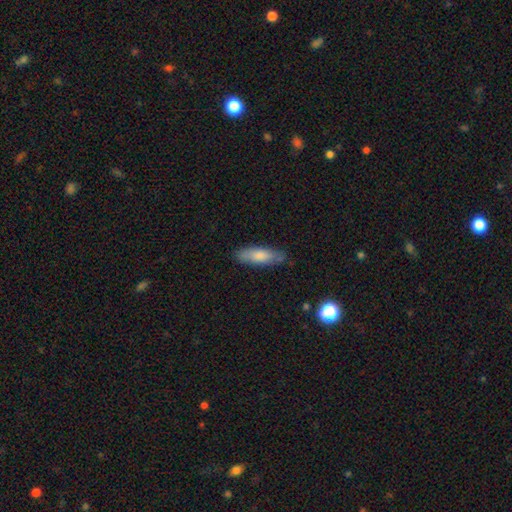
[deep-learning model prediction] Smooth or featured?
  - smooth: 71% *
  - featured or disk: 22%
  - star or artifact: 7%
How rounded?
  - cigar-shaped: 55% *
  - in between: 43%
  - round: 2%
Merging?
  - none: 83% *
  - minor disturbance: 14%
  - major disturbance: 2%
  - merger: 1%